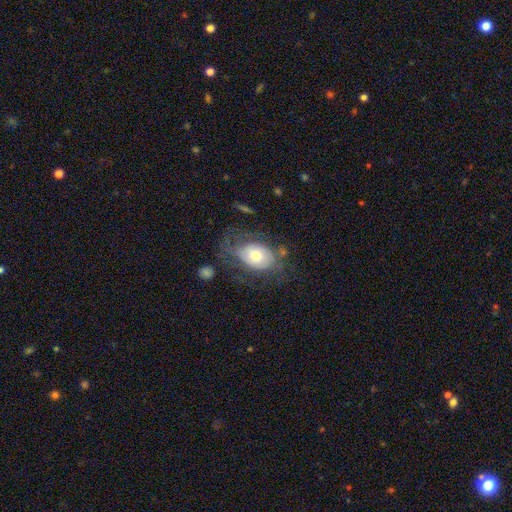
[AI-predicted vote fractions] A smooth galaxy with no disk features (56%) that is in between round and cigar-shaped (78%). Merging: none (43%).